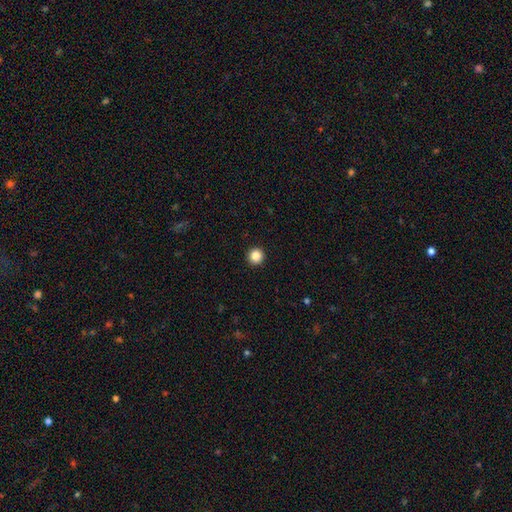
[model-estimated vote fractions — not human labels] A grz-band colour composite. It shows a smooth galaxy with no disk features (86%) that is round (95%). Merging: none (94%).